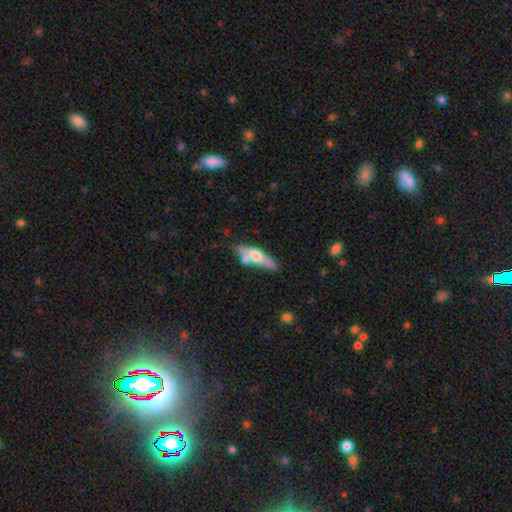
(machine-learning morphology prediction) This is possibly a smooth galaxy (47%, tied with featured or disk). Merging: likely none (66%).